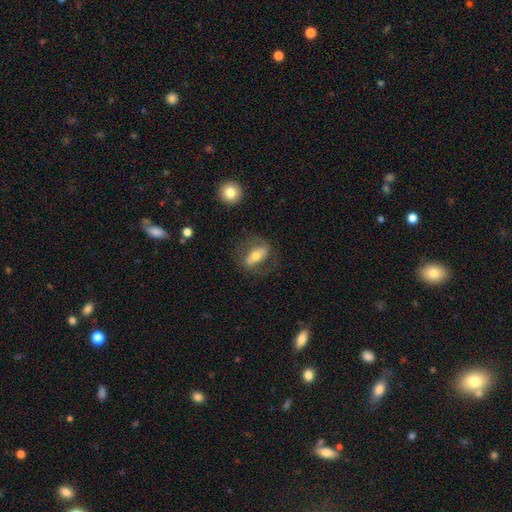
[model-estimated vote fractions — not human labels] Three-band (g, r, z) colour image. It shows a featured or disk galaxy (56%). Merging: none (64%).